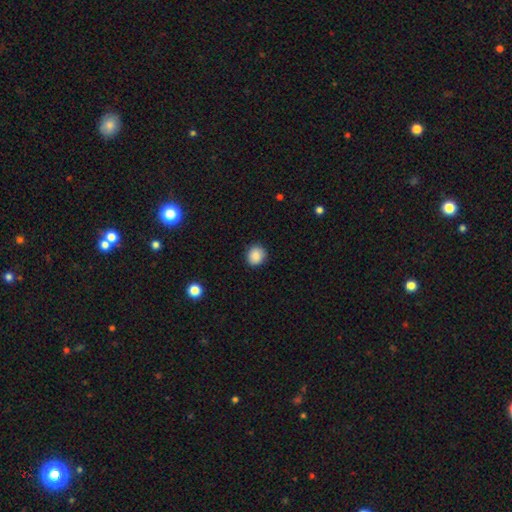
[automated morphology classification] Smooth or featured? Predicted: smooth (p=0.88). How rounded? Predicted: round (p=0.79). Merging? Predicted: none (p=0.88).